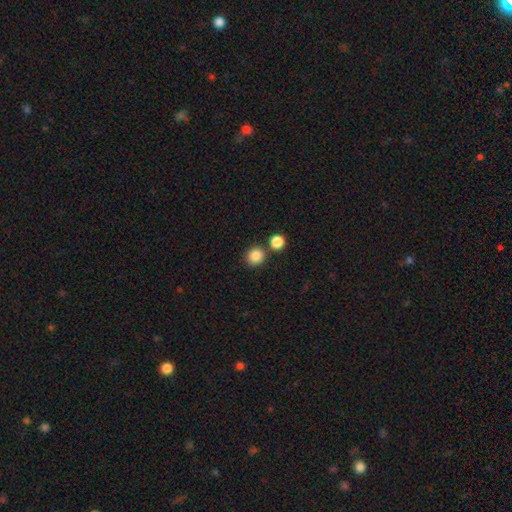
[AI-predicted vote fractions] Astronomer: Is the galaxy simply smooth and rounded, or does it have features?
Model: smooth — 86%.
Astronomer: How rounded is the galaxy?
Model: round — 87%.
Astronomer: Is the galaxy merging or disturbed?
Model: none — 76%.